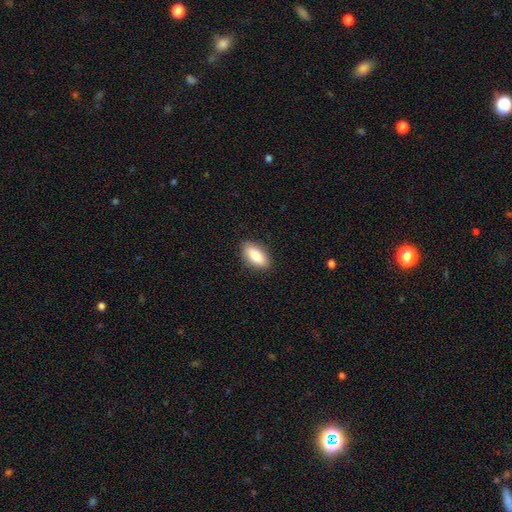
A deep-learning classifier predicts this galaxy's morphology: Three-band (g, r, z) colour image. It shows a smooth galaxy with no disk features (86%) that is in between round and cigar-shaped (90%). Merging: none (87%).